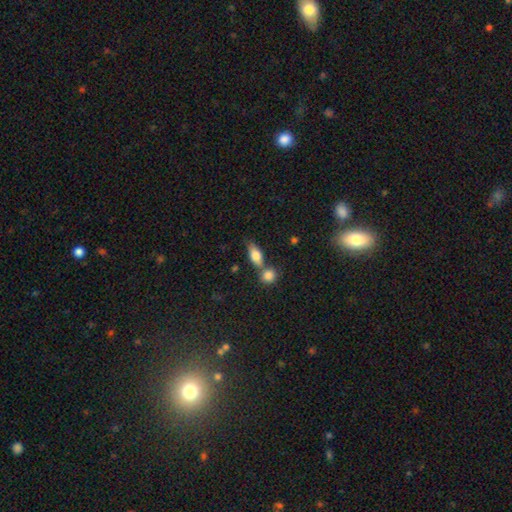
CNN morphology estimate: Smooth or featured? Predicted: smooth (p=0.79). How rounded? Predicted: in between (p=0.79). Merging? Predicted: none (p=0.47).